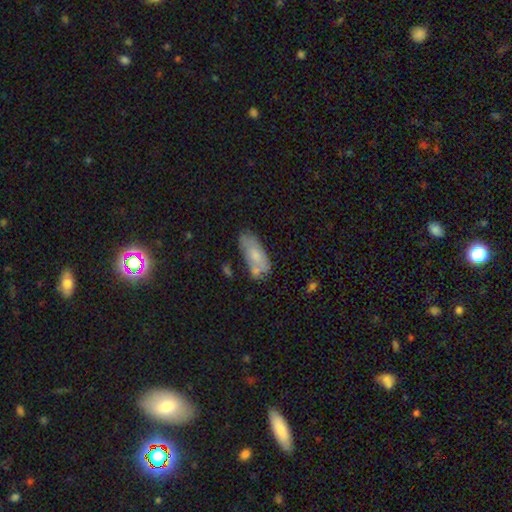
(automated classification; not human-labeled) smooth-or-featured: smooth: 67% | featured or disk: 26% | star or artifact: 7%
  how-rounded: in between: 81% | cigar-shaped: 17% | round: 2%
  merging: none: 52% | minor disturbance: 26% | merger: 14% | major disturbance: 8%